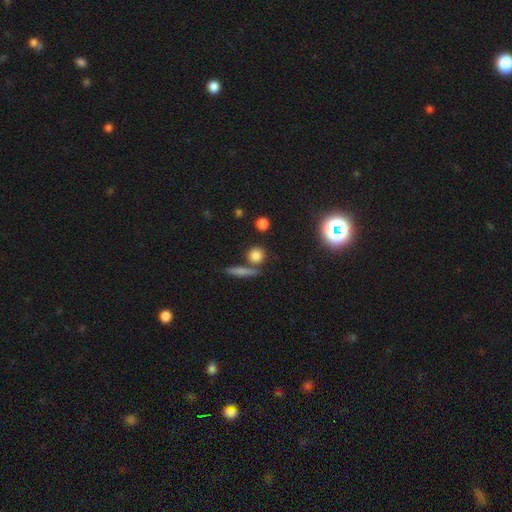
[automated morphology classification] Smooth or featured? Predicted: smooth (p=0.79). How rounded? Predicted: round (p=0.82). Merging? Predicted: none (p=0.76).